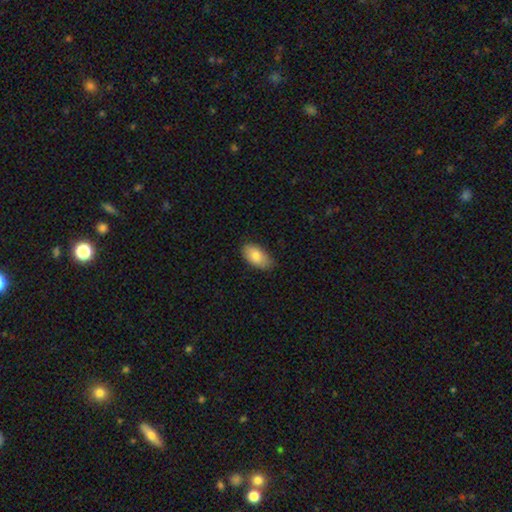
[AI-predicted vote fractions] Smooth or featured? smooth (82%)
How rounded? in between (93%)
Merging? none (75%)